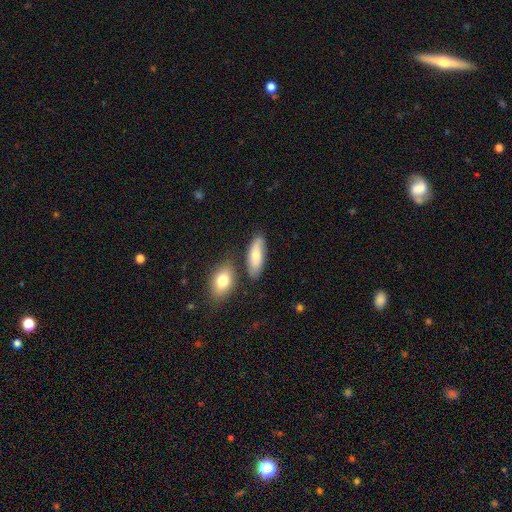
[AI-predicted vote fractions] A smooth galaxy with no disk features (69%) that is in between round and cigar-shaped (72%). Merging: none (71%).